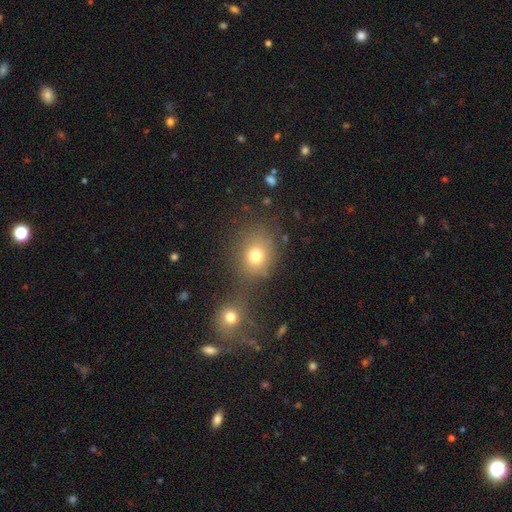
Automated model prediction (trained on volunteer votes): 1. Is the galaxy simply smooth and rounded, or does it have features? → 74% smooth, 15% star or artifact, 11% featured or disk.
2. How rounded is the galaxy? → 69% round, 30% in between, 1% cigar-shaped.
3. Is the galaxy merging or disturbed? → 56% none, 27% merger, 11% minor disturbance, 6% major disturbance.